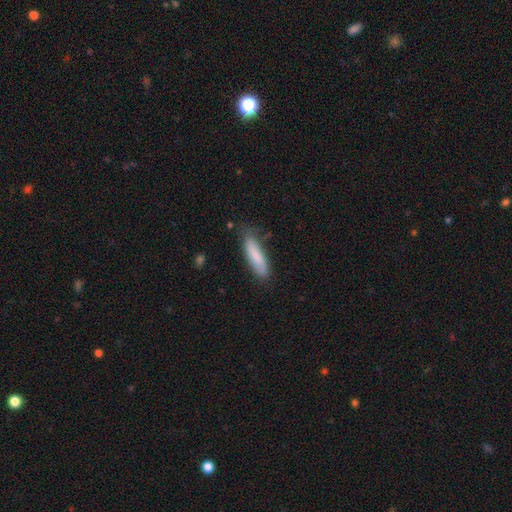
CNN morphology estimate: Smooth or featured: smooth — 81% (featured or disk — 13%)
How rounded: cigar-shaped — 66% (in between — 33%)
Merging: none — 70% (minor disturbance — 23%)